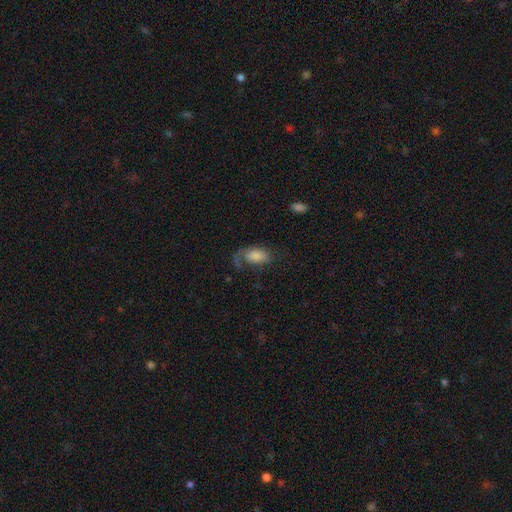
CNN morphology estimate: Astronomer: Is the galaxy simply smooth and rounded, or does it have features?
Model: smooth — 54% (runner-up: featured or disk, 36%).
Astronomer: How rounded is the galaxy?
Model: in between — 90%.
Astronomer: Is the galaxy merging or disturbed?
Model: none — 41% (runner-up: major disturbance, 35%).